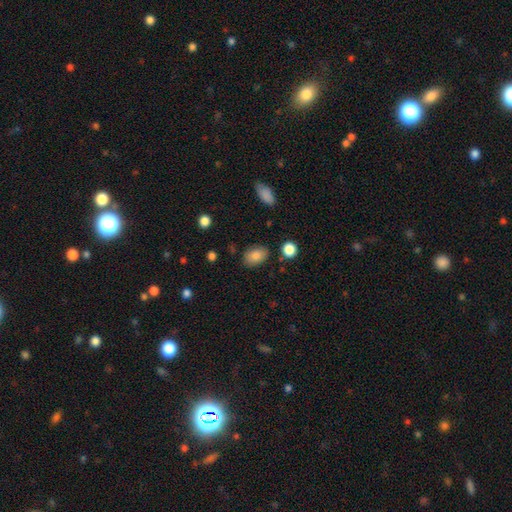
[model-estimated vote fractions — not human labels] This appears to be a smooth galaxy with no disk features (84%) that is in between round and cigar-shaped (84%). Merging: none (82%).